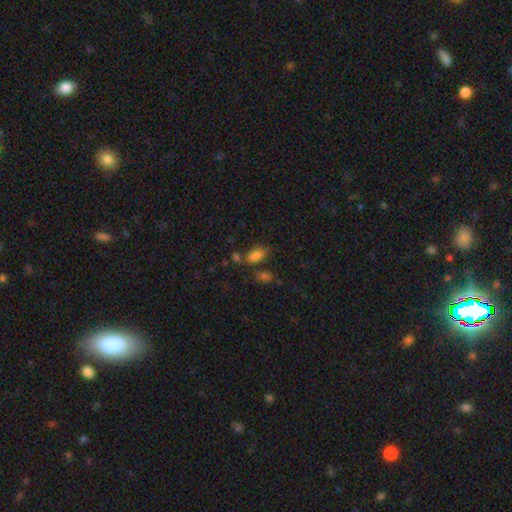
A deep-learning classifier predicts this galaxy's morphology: Smooth or featured: smooth — 82% (star or artifact — 11%)
How rounded: in between — 91% (round — 5%)
Merging: none — 61% (minor disturbance — 17%)